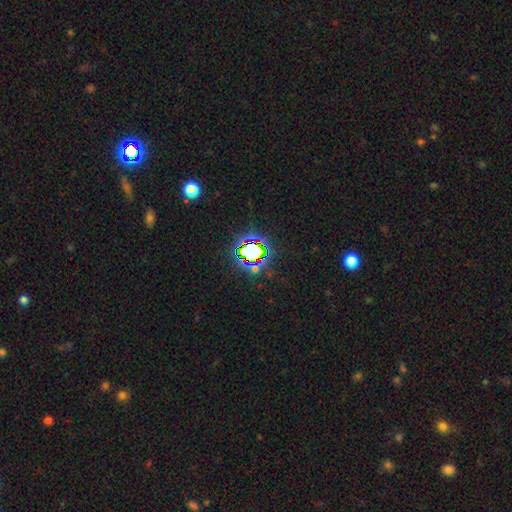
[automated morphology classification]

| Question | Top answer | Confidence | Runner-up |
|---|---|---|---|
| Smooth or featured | star or artifact | 78% | smooth (14%) |